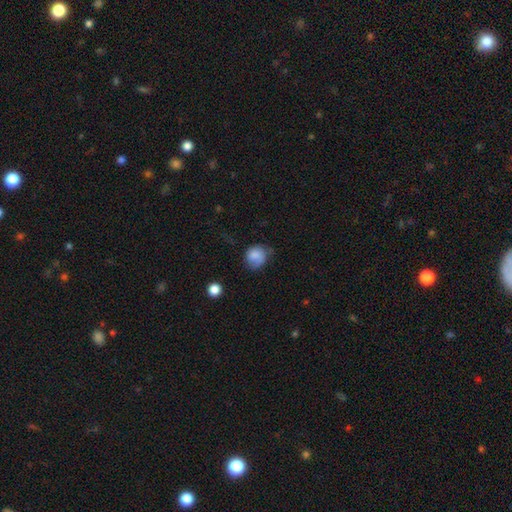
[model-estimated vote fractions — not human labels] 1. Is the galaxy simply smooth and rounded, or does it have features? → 78% smooth, 14% featured or disk, 8% star or artifact.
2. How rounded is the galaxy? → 73% round, 27% in between, 1% cigar-shaped.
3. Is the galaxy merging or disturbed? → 50% none, 34% minor disturbance, 14% major disturbance, 2% merger.